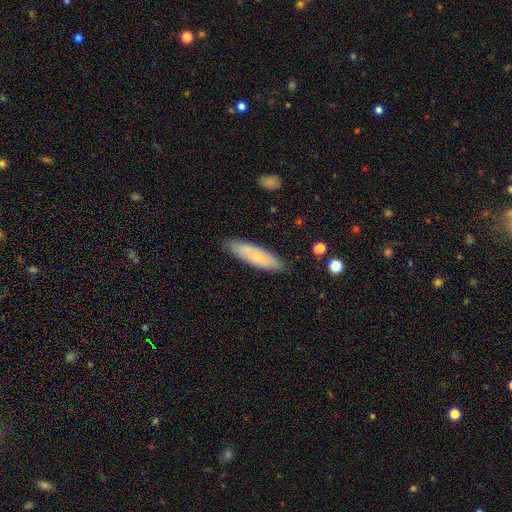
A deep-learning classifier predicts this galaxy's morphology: Smooth or featured? Predicted: smooth (p=0.60). How rounded? Predicted: cigar-shaped (p=0.66). Merging? Predicted: none (p=0.87).